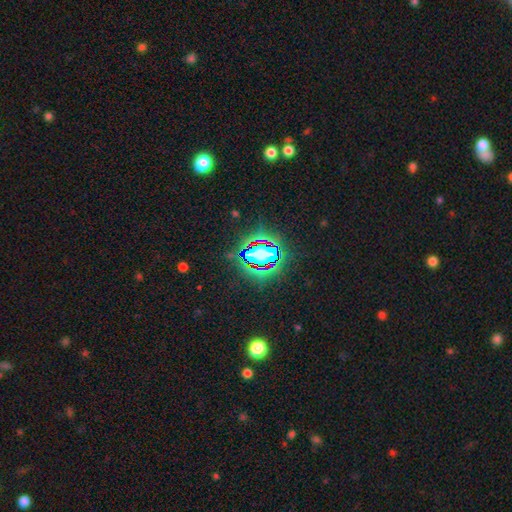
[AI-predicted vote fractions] star or artifact 81%, smooth 11%, featured or disk 8%.